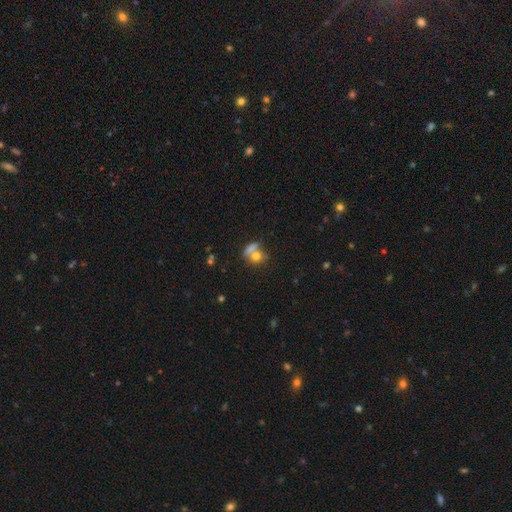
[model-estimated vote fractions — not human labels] The model was most divided on "merging": merger: 48%, none: 35%, minor disturbance: 10%, major disturbance: 7%. More confident: smooth or featured — smooth (72%); how rounded — round (61%).